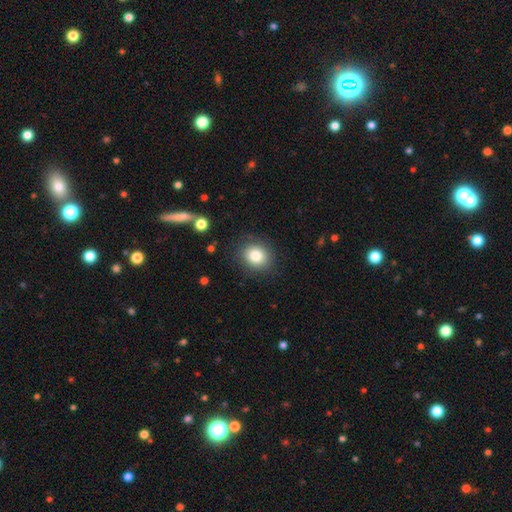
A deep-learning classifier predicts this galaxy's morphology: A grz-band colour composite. It shows a smooth galaxy with no disk features (82%) that is round (77%). Merging: none (86%).